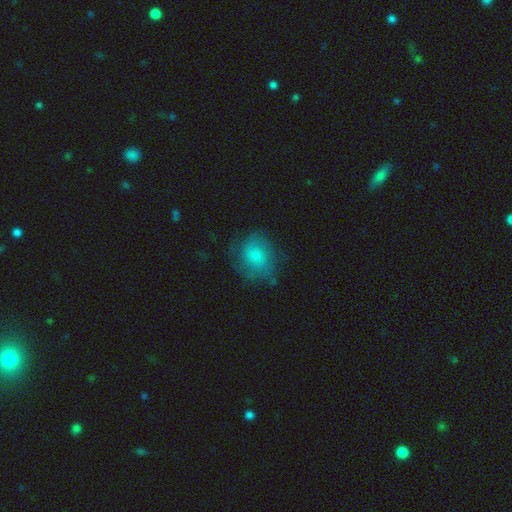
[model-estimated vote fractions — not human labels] Smooth or featured: smooth — 59% (featured or disk — 31%)
How rounded: round — 70% (in between — 29%)
Merging: none — 63% (minor disturbance — 23%)